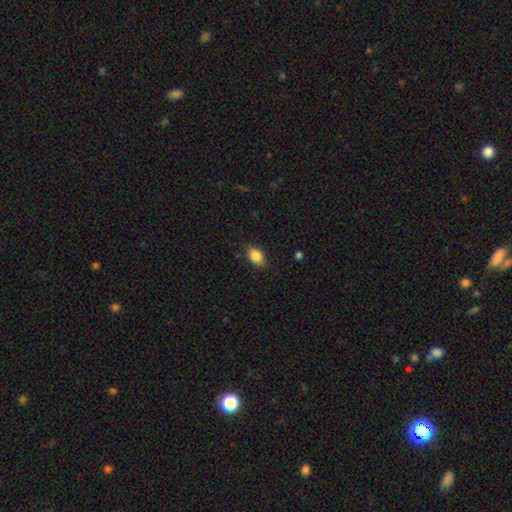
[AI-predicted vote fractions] smooth 86%, star or artifact 8%, featured or disk 6%. Down the decision tree: how rounded — in between (83%); merging — none (82%).